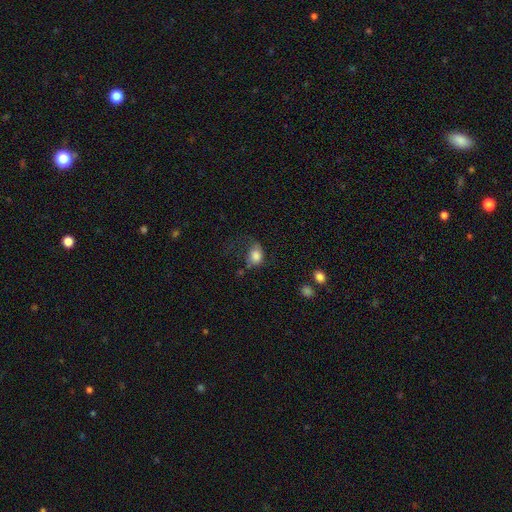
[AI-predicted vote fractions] Morphology: type=smooth (78%); roundness=in between (63%); merging=major disturbance (34%).